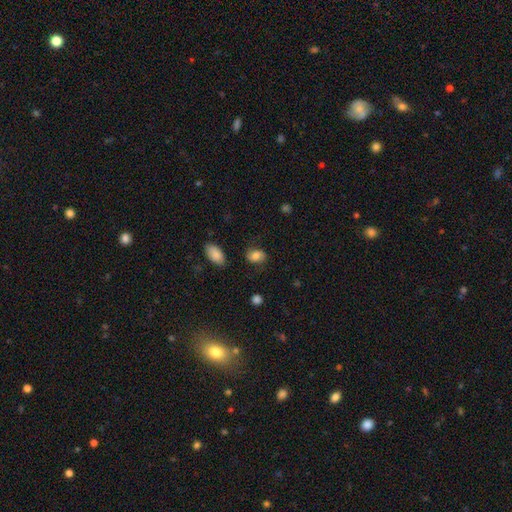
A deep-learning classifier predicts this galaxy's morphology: Overall: smooth (79%). How rounded: in between (73%). Merging: none (74%).